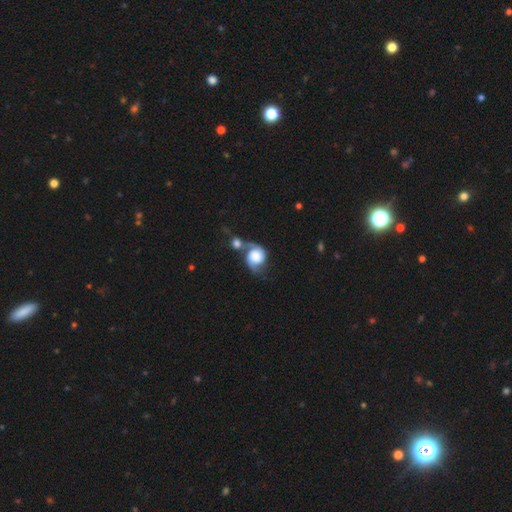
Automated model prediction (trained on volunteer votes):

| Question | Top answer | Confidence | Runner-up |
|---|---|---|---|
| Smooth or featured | featured or disk | 61% | smooth (31%) |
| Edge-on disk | no | 97% | yes (3%) |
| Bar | no | 76% | weak (19%) |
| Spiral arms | yes | 89% | no (11%) |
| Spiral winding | loose | 39% | medium (36%) |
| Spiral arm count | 2 | 79% | 1 (13%) |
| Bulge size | large | 36% | dominant (26%) |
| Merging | merger | 38% | none (31%) |